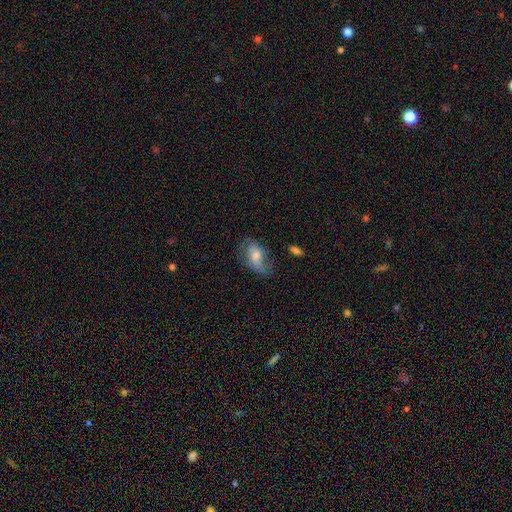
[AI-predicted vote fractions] Smooth or featured? Predicted: smooth (p=0.51). How rounded? Predicted: in between (p=0.88). Merging? Predicted: none (p=0.48).